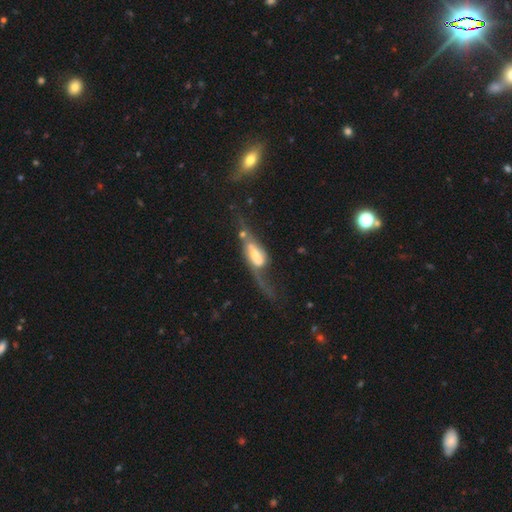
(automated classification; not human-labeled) smooth_or_featured: featured or disk (p=0.66) [alt: smooth p=0.26]
disk_edge_on: no (p=0.74) [alt: yes p=0.26]
merging: major disturbance (p=0.32) [alt: merger p=0.31]